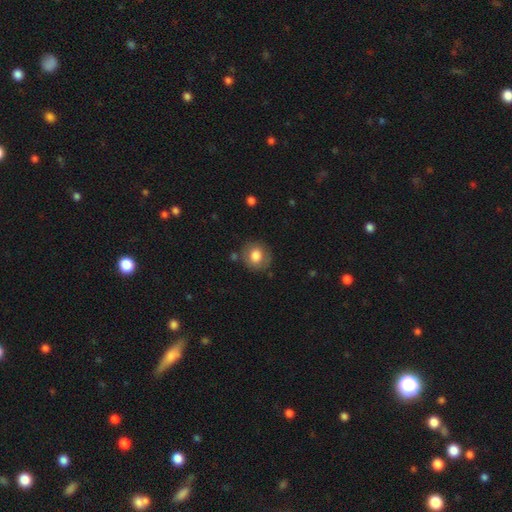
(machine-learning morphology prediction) smooth 76%, featured or disk 15%, star or artifact 8%. Down the decision tree: how rounded — round (85%); merging — none (80%).